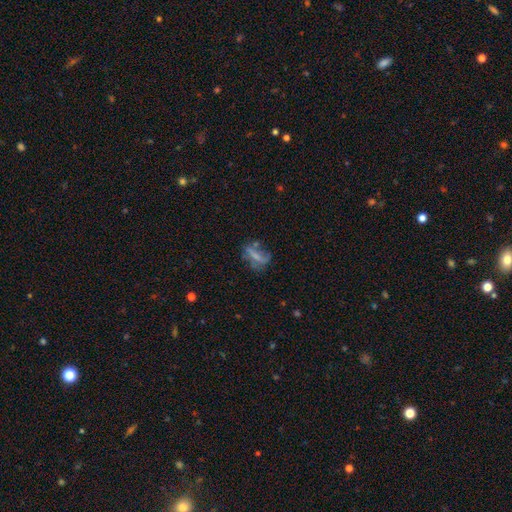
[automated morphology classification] Smooth or featured?
  - smooth: 45% *
  - featured or disk: 41%
  - star or artifact: 14%
Merging?
  - none: 39% *
  - major disturbance: 29%
  - minor disturbance: 23%
  - merger: 10%